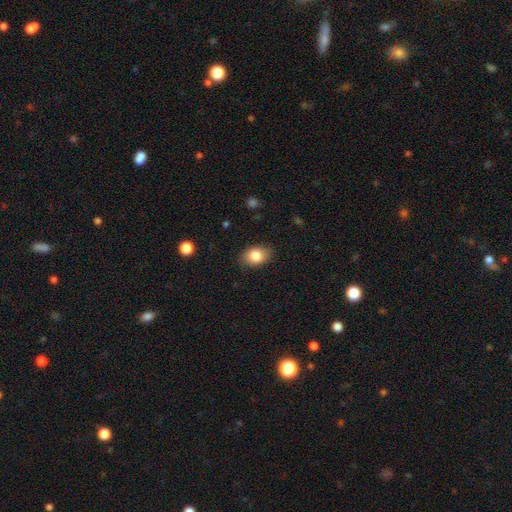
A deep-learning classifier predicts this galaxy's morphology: Smooth or featured?
  - smooth: 82% *
  - featured or disk: 10%
  - star or artifact: 8%
How rounded?
  - in between: 80% *
  - round: 19%
  - cigar-shaped: 1%
Merging?
  - none: 84% *
  - minor disturbance: 12%
  - major disturbance: 3%
  - merger: 1%